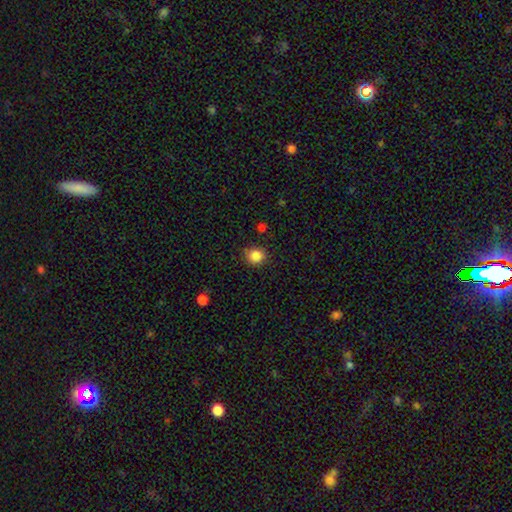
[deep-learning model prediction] Q: Smooth or featured?
A: smooth (86%); runner-up: star or artifact (11%)
Q: How rounded?
A: round (86%); runner-up: in between (13%)
Q: Merging?
A: none (85%); runner-up: minor disturbance (11%)